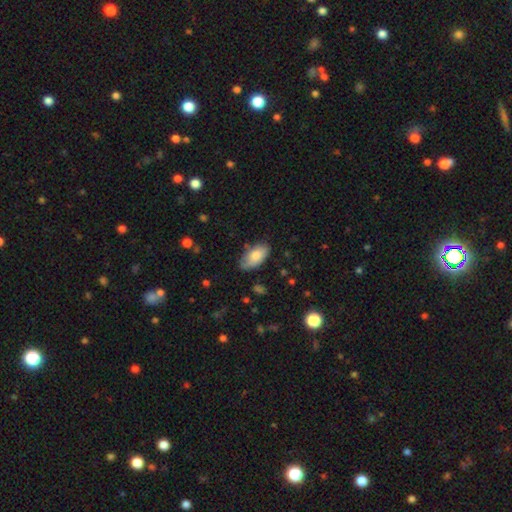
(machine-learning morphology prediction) Smooth or featured: smooth — 81% (featured or disk — 13%)
How rounded: in between — 93% (cigar-shaped — 5%)
Merging: none — 72% (minor disturbance — 22%)